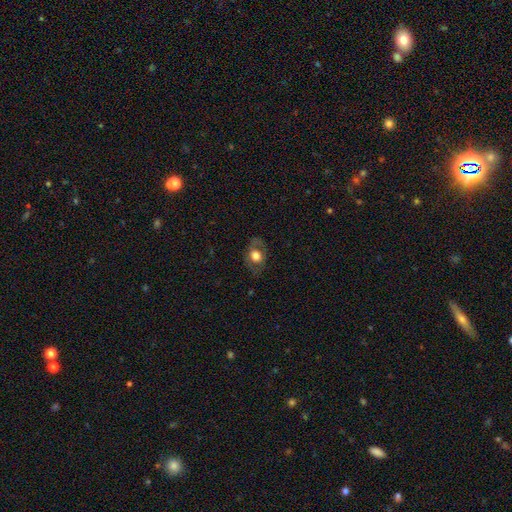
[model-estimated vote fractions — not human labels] This appears to be a smooth galaxy with no disk features (57%) that is in between round and cigar-shaped (62%). Merging: none (73%).